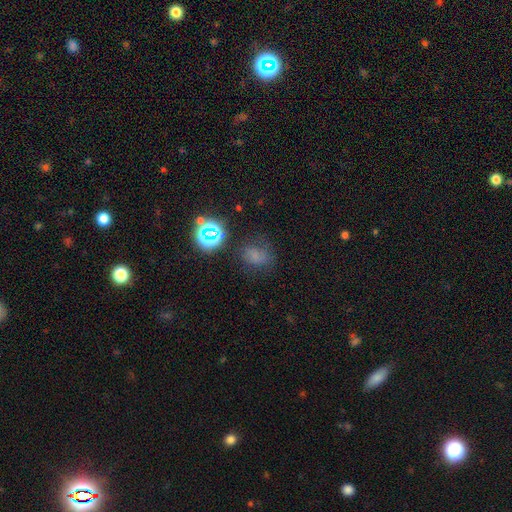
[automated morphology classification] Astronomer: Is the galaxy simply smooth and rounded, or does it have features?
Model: smooth — 52% (runner-up: star or artifact, 32%).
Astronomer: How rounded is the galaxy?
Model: in between — 50% (runner-up: round, 48%).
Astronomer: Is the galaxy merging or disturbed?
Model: none — 54%.